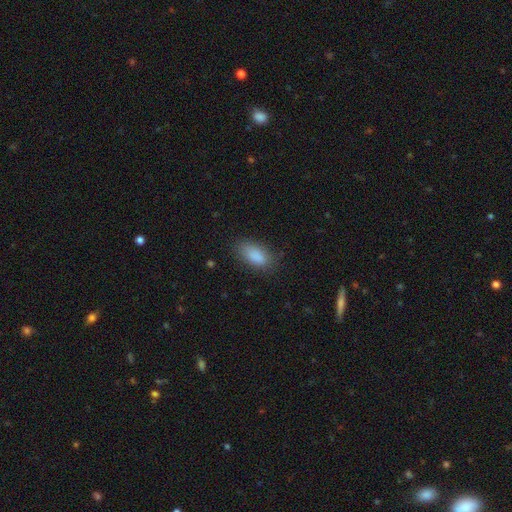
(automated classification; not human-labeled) The model was most divided on "merging": none: 80%, minor disturbance: 15%, major disturbance: 4%, merger: 1%. More confident: how rounded — in between (90%); smooth or featured — smooth (88%).